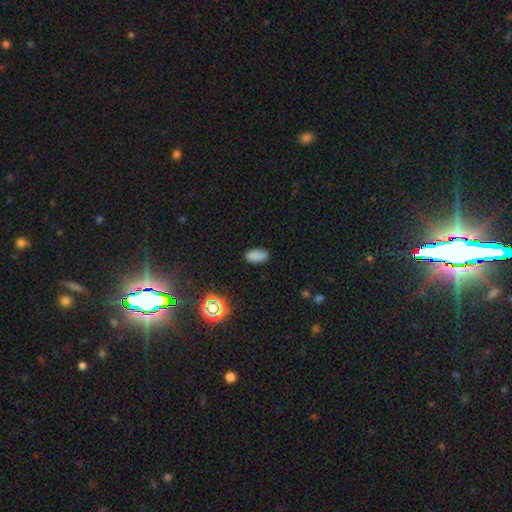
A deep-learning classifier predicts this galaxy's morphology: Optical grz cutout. It shows a smooth galaxy with no disk features (81%) that is in between round and cigar-shaped (93%). Merging: none (83%).